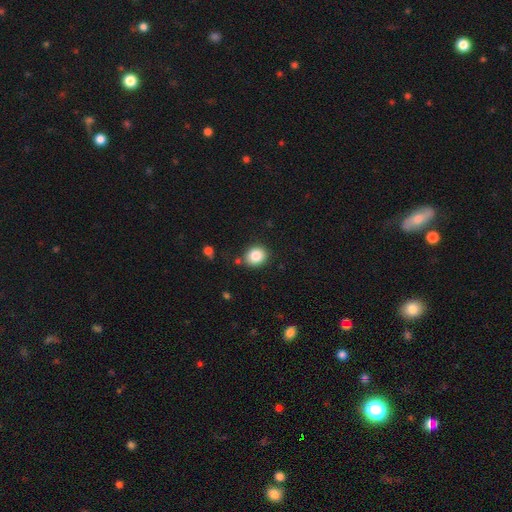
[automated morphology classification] This is clearly a smooth galaxy (85%). How rounded: likely round (70%). Merging: clearly none (83%).